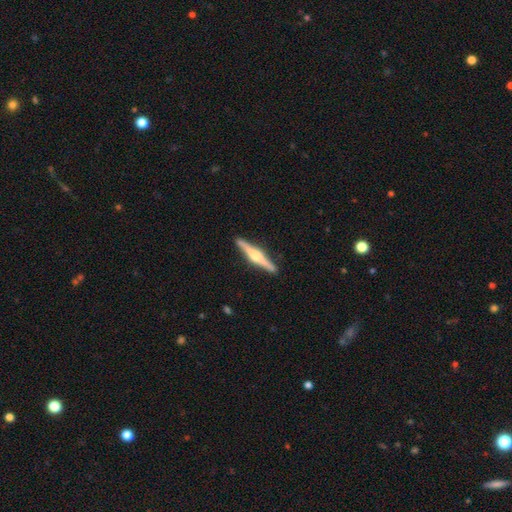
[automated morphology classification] smooth-or-featured: featured or disk: 77% | smooth: 19% | star or artifact: 4%
  disk-edge-on: yes: 98% | no: 2%
    edge-on-bulge: rounded: 91% | boxy: 6% | none: 3%
  merging: none: 91% | minor disturbance: 6% | major disturbance: 1% | merger: 1%